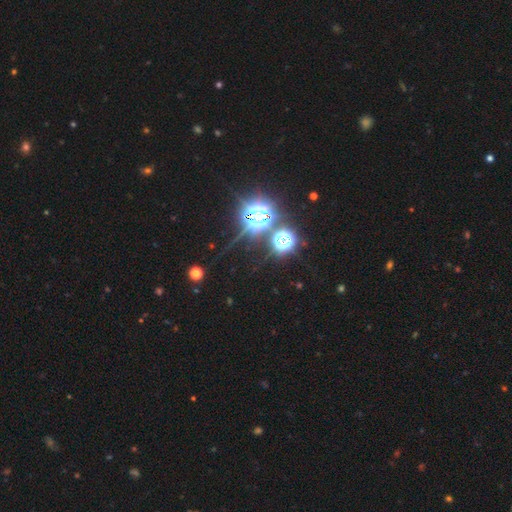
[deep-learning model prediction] Overall: star or artifact (80%).